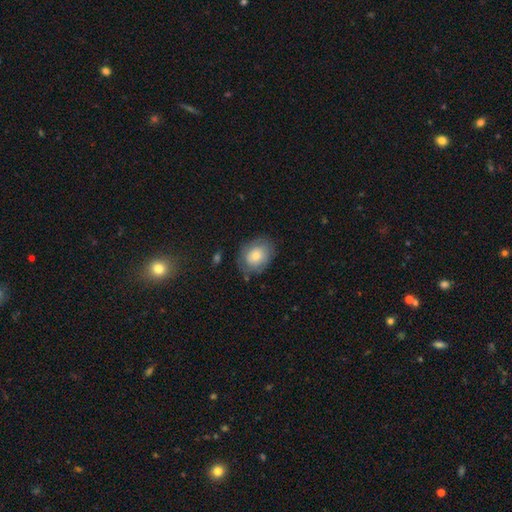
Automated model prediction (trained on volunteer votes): Overall: smooth (64%; featured or disk 28%). How rounded: in between (55%; round 44%). Merging: none (70%).